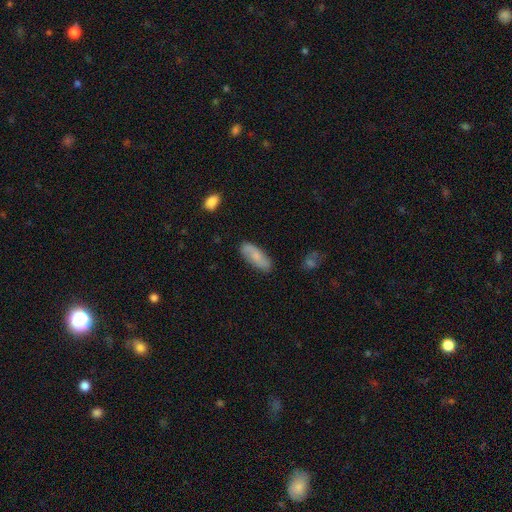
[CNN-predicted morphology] This appears to be a smooth galaxy with no disk features (64%) that is in between round and cigar-shaped (71%). Merging: none (82%).